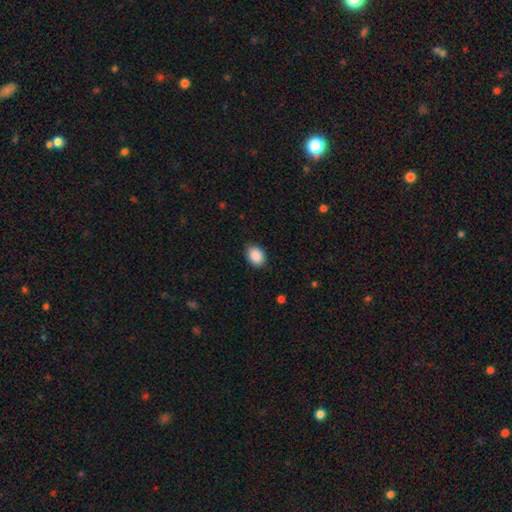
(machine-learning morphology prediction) This appears to be a smooth galaxy with no disk features (90%) that is in between round and cigar-shaped (77%). Merging: none (86%).